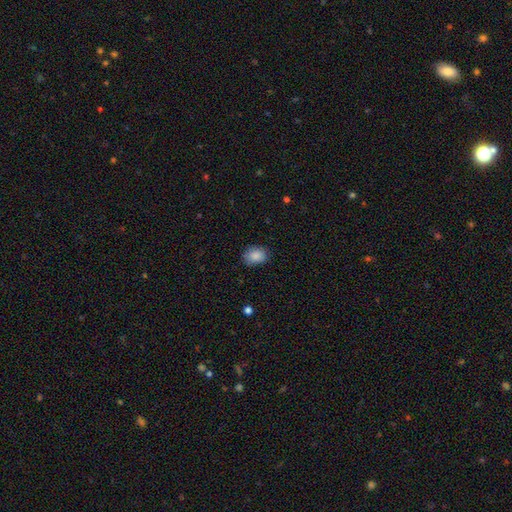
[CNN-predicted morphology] type=smooth (88%); roundness=in between (67%); merging=none (81%).